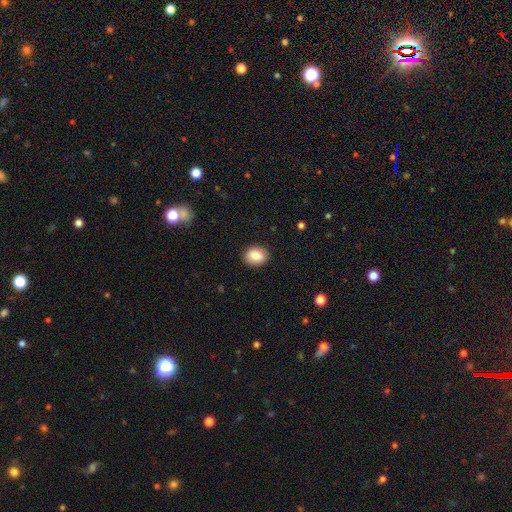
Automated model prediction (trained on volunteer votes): This is clearly a smooth galaxy (85%). How rounded: possibly in between (53%). Merging: clearly none (89%).